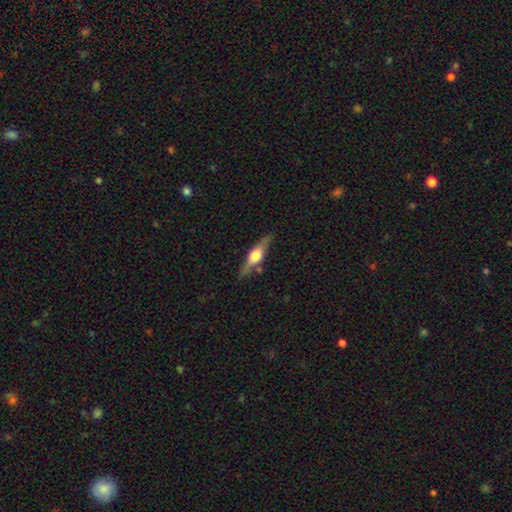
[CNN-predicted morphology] A featured or disk galaxy (65%) viewed edge-on (94%) with a rounded central bulge (92%).

Vote fractions:
- Smooth or featured? featured or disk: 65% / smooth: 29% / star or artifact: 6%
- Edge-on disk? yes: 94% / no: 6%
- Edge-on bulge? rounded: 92% / boxy: 6% / none: 2%
- Merging? none: 81% / minor disturbance: 13% / merger: 3% / major disturbance: 3%